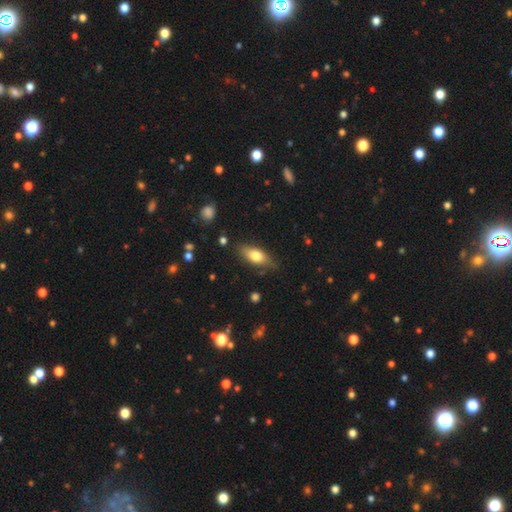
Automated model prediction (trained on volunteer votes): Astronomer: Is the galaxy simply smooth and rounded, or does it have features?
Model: smooth — 71%.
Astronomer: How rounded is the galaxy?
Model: in between — 77%.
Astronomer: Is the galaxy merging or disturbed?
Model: none — 78%.